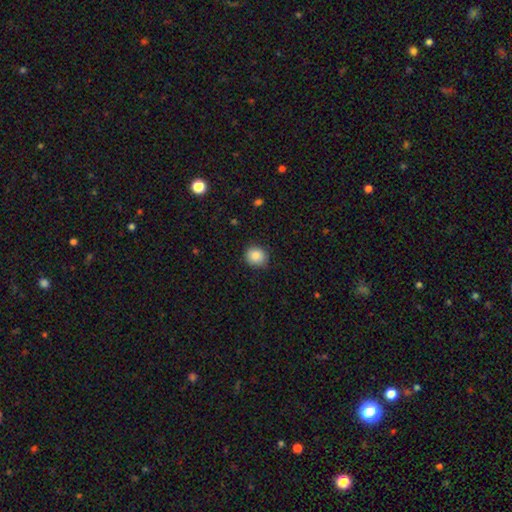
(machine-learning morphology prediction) smooth_or_featured: smooth (p=0.85) [alt: star or artifact p=0.09]
how_rounded: round (p=0.80) [alt: in between p=0.19]
merging: none (p=0.86) [alt: minor disturbance p=0.11]